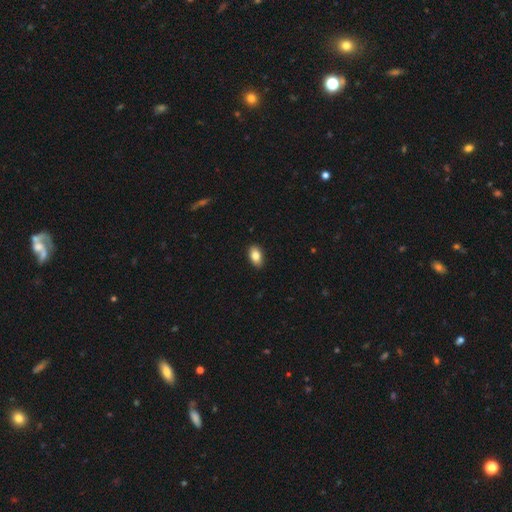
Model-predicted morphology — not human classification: type=smooth (85%); roundness=in between (92%); merging=none (90%).